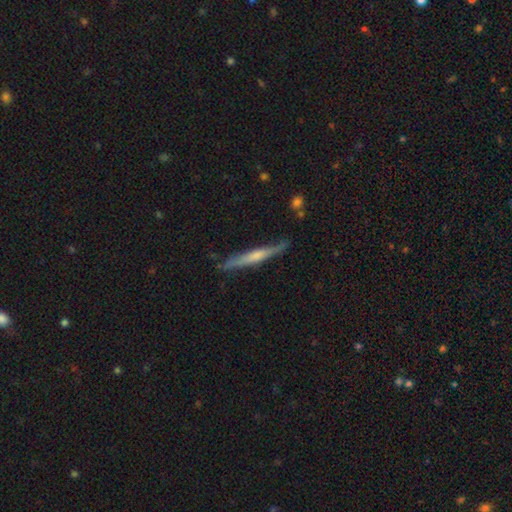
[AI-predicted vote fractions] A featured or disk galaxy (58%) viewed edge-on (95%) with a rounded central bulge (45%).

Vote fractions:
- Smooth or featured? featured or disk: 58% / smooth: 37% / star or artifact: 5%
- Edge-on disk? yes: 95% / no: 5%
- Edge-on bulge? rounded: 45% / none: 40% / boxy: 14%
- Merging? none: 80% / minor disturbance: 15% / major disturbance: 3% / merger: 2%